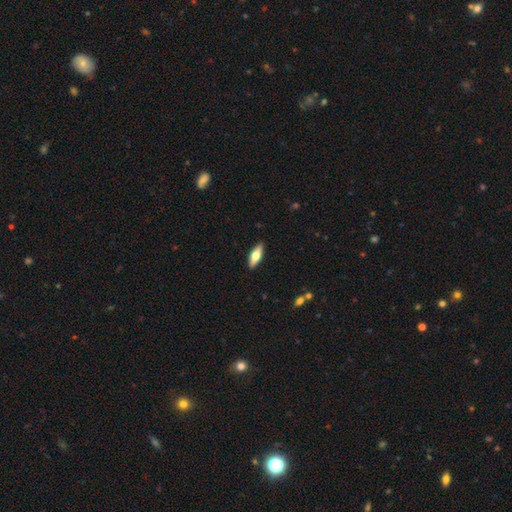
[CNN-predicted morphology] Smooth or featured?
  - smooth: 59% *
  - featured or disk: 35%
  - star or artifact: 6%
How rounded?
  - in between: 57% *
  - cigar-shaped: 41%
  - round: 2%
Merging?
  - none: 90% *
  - minor disturbance: 7%
  - major disturbance: 2%
  - merger: 1%